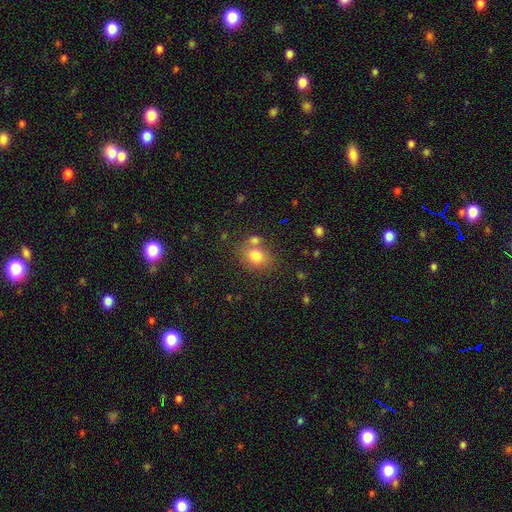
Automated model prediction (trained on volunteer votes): smooth-or-featured: smooth: 78% | featured or disk: 11% | star or artifact: 11%
  how-rounded: round: 50% | in between: 49% | cigar-shaped: 1%
  merging: none: 58% | merger: 24% | minor disturbance: 14% | major disturbance: 5%